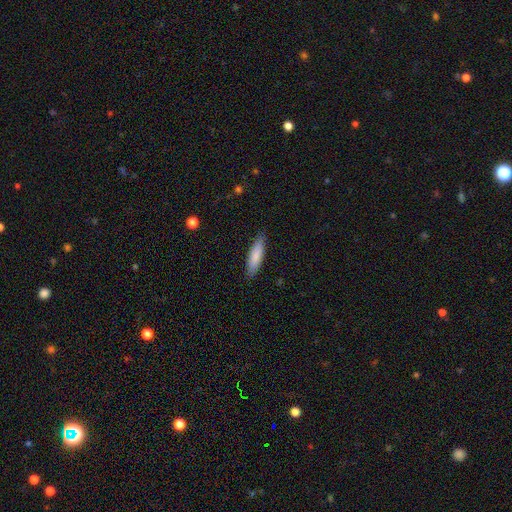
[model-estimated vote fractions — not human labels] Q: Smooth or featured?
A: smooth (82%); runner-up: featured or disk (12%)
Q: How rounded?
A: cigar-shaped (65%); runner-up: in between (34%)
Q: Merging?
A: none (86%); runner-up: minor disturbance (11%)